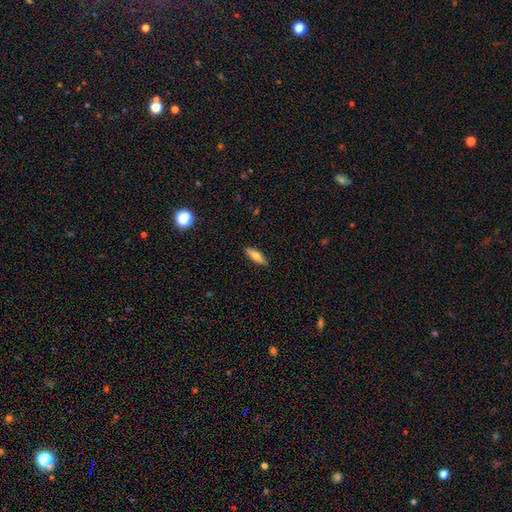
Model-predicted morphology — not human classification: The model was most divided on "how rounded": cigar-shaped: 53%, in between: 44%, round: 2%. More confident: merging — none (87%); smooth or featured — smooth (71%).